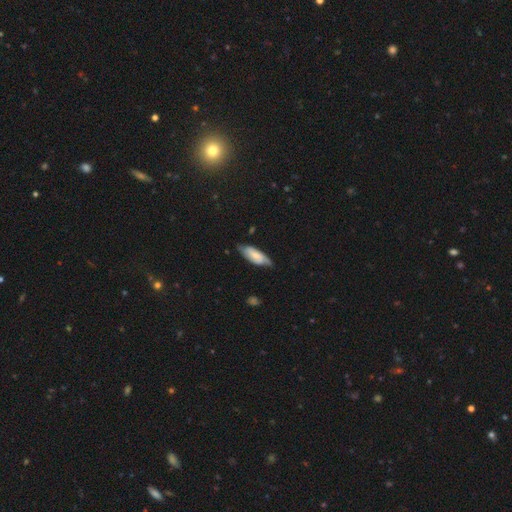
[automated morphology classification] Smooth or featured?
  - smooth: 47% *
  - featured or disk: 46%
  - star or artifact: 6%
Merging?
  - none: 68% *
  - minor disturbance: 25%
  - major disturbance: 5%
  - merger: 2%